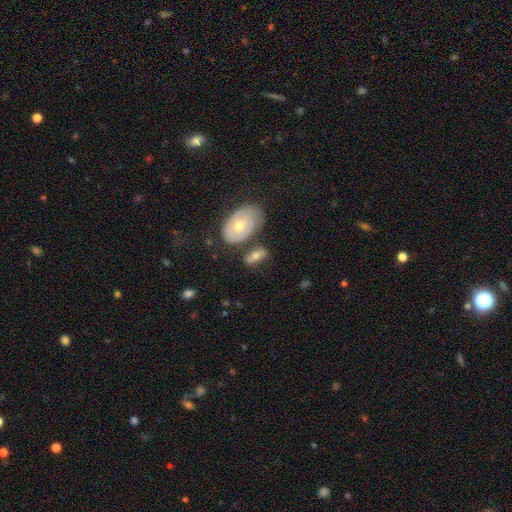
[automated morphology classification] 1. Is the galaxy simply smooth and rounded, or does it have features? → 51% smooth, 43% featured or disk, 7% star or artifact.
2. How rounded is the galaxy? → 85% in between, 9% cigar-shaped, 6% round.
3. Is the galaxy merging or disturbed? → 58% none, 20% minor disturbance, 16% merger, 7% major disturbance.